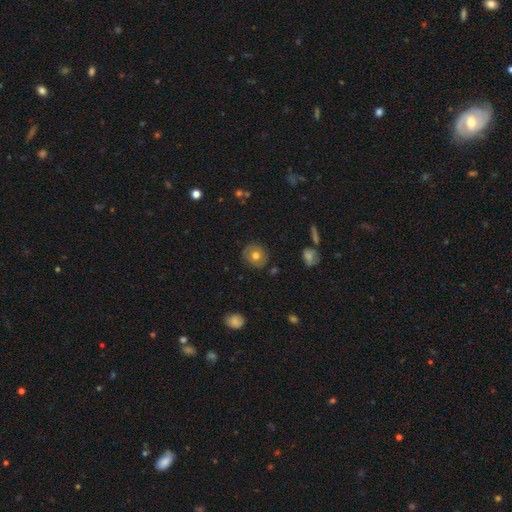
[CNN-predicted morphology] Overall: smooth (65%). How rounded: round (84%). Merging: none (85%).